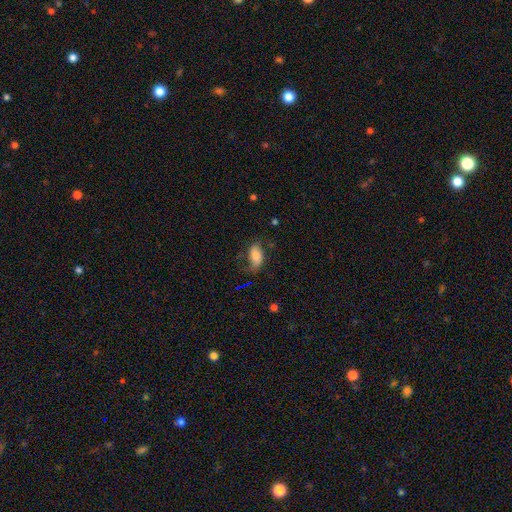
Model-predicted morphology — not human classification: This appears to be a smooth galaxy with no disk features (61%) that is in between round and cigar-shaped (91%). Merging: none (58%).